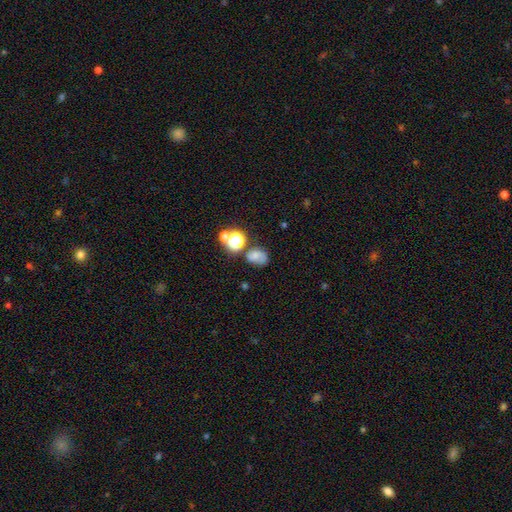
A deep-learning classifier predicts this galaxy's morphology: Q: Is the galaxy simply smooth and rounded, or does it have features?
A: smooth — 58%.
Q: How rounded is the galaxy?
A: in between — 53%.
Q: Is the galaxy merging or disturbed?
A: none — 52%.